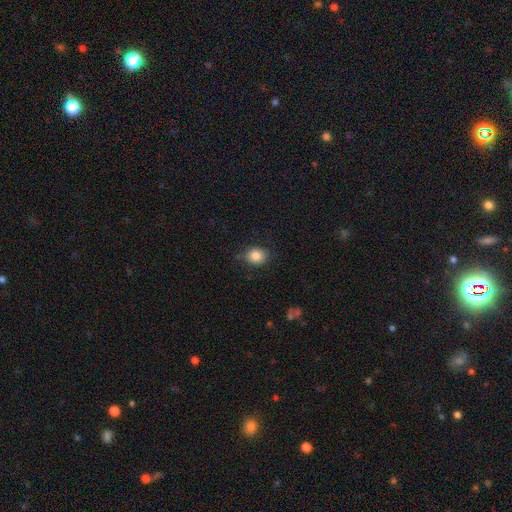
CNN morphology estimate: type=smooth (84%); roundness=round (57%); merging=none (78%).